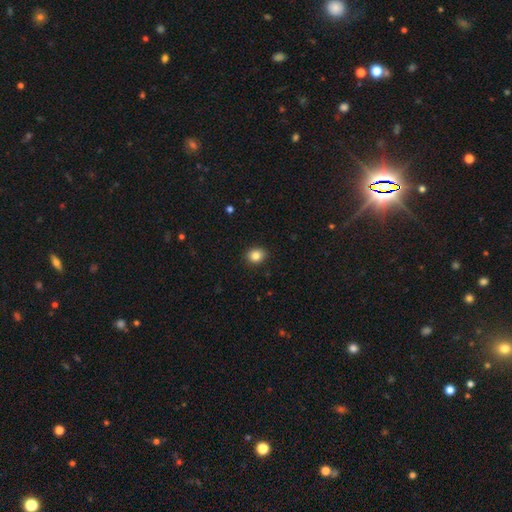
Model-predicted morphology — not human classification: This is clearly a smooth galaxy (85%). How rounded: likely round (64%). Merging: clearly none (91%).